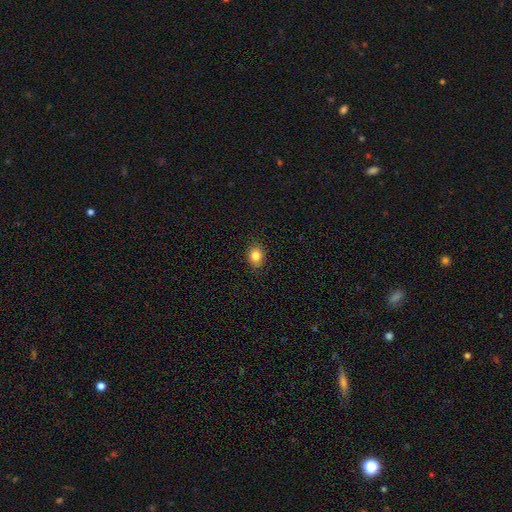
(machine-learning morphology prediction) smooth-or-featured: smooth: 84% | star or artifact: 10% | featured or disk: 6%
  how-rounded: in between: 54% | round: 45% | cigar-shaped: 1%
  merging: none: 88% | minor disturbance: 9% | major disturbance: 2% | merger: 1%